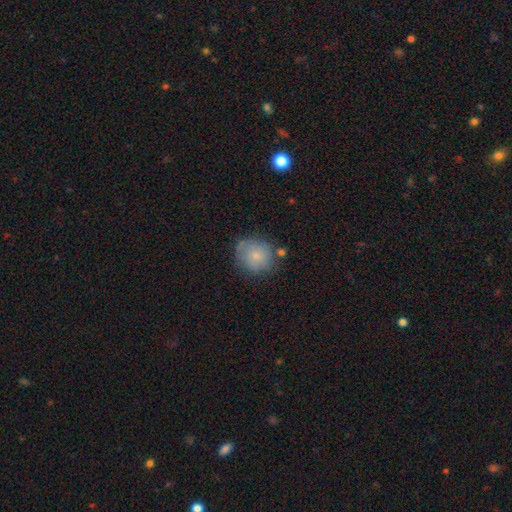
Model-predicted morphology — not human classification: smooth_or_featured: smooth (p=0.76) [alt: featured or disk p=0.16]
how_rounded: round (p=0.86) [alt: in between p=0.13]
merging: none (p=0.66) [alt: minor disturbance p=0.22]